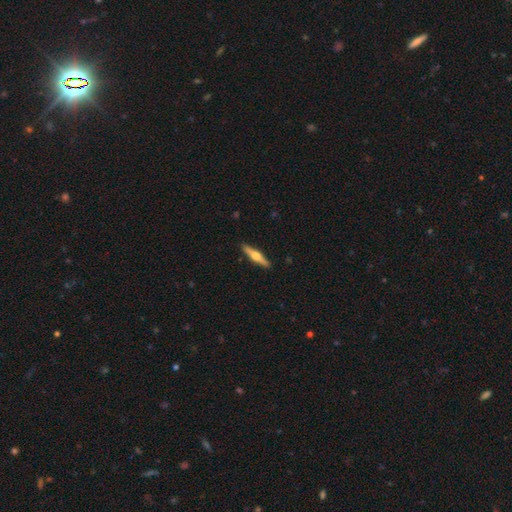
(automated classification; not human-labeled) smooth_or_featured: featured or disk (p=0.66) [alt: smooth p=0.29]
disk_edge_on: yes (p=0.97) [alt: no p=0.03]
edge_on_bulge: rounded (p=0.94) [alt: boxy p=0.04]
merging: none (p=0.91) [alt: minor disturbance p=0.07]